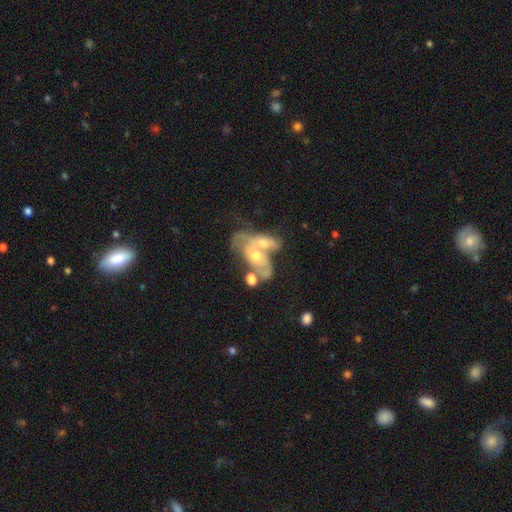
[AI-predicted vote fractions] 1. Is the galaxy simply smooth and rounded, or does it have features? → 58% featured or disk, 33% smooth, 9% star or artifact.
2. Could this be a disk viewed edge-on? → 93% no, 7% yes.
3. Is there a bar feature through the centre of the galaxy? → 82% no, 14% weak, 4% strong.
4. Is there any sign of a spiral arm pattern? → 64% no, 36% yes.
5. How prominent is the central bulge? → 64% moderate, 25% small, 6% large, 3% none, 1% dominant.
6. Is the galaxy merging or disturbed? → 70% merger, 13% major disturbance, 10% none, 7% minor disturbance.